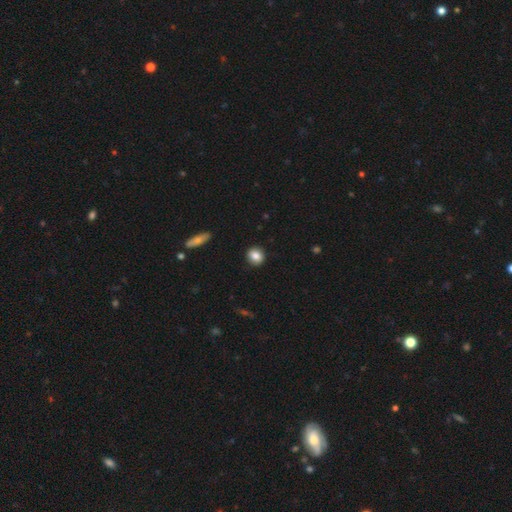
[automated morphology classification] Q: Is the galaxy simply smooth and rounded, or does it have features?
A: smooth — 84%.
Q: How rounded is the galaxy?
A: round — 75%.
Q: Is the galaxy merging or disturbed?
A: none — 90%.